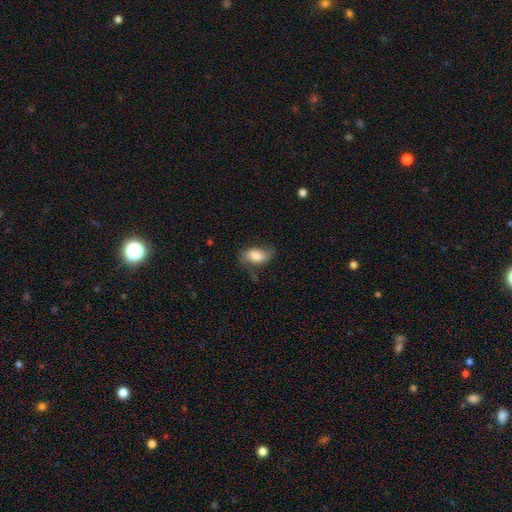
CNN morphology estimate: Smooth or featured? smooth (73%)
How rounded? in between (91%)
Merging? none (55%)